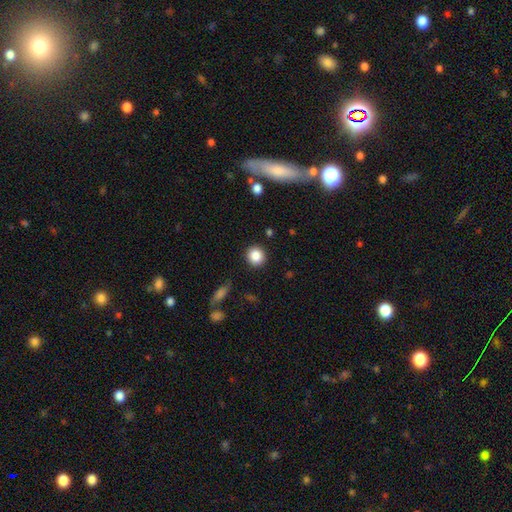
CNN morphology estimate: This is clearly a smooth galaxy (85%). How rounded: clearly round (90%). Merging: clearly none (90%).